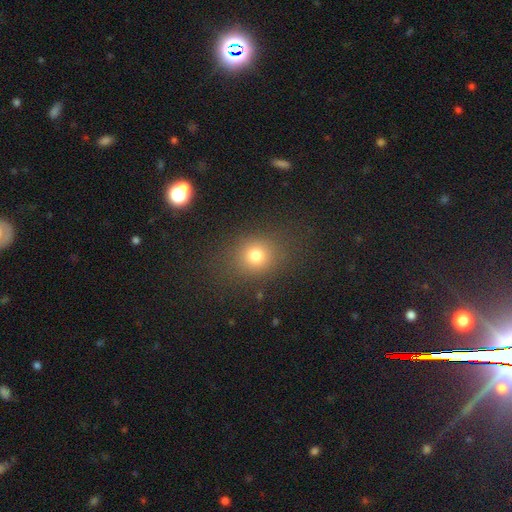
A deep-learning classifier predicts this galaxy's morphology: The model was most divided on "how rounded": round: 70%, in between: 29%, cigar-shaped: 1%. More confident: merging — none (81%); smooth or featured — smooth (76%).